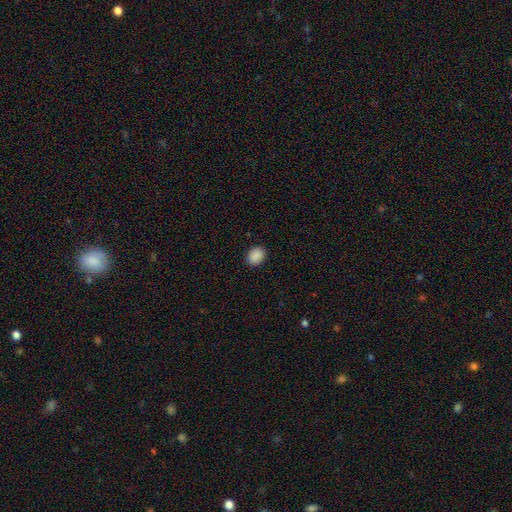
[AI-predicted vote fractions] The model was most divided on "how rounded": in between: 61%, round: 38%, cigar-shaped: 1%. More confident: smooth or featured — smooth (89%); merging — none (89%).